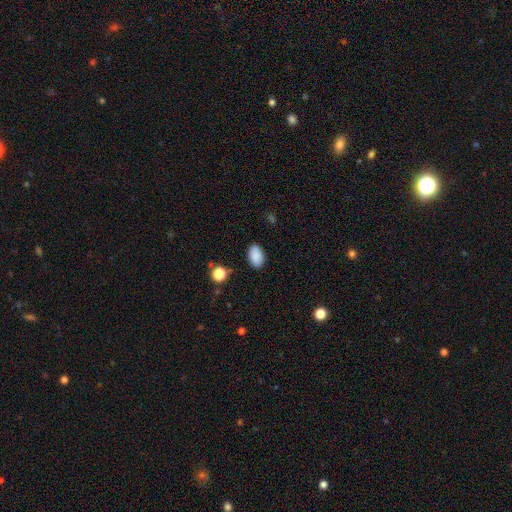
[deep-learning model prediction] smooth-or-featured: smooth: 88% | star or artifact: 8% | featured or disk: 4%
  how-rounded: in between: 91% | round: 8% | cigar-shaped: 1%
  merging: none: 86% | minor disturbance: 10% | major disturbance: 3% | merger: 1%